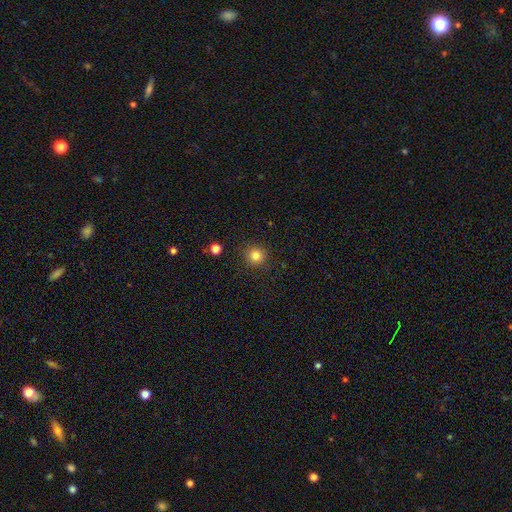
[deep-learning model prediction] A smooth galaxy with no disk features (83%) that is round (93%).

Vote fractions:
- Smooth or featured? smooth: 83% / star or artifact: 12% / featured or disk: 5%
- How rounded? round: 93% / in between: 6% / cigar-shaped: 1%
- Merging? none: 90% / minor disturbance: 6% / major disturbance: 2% / merger: 1%